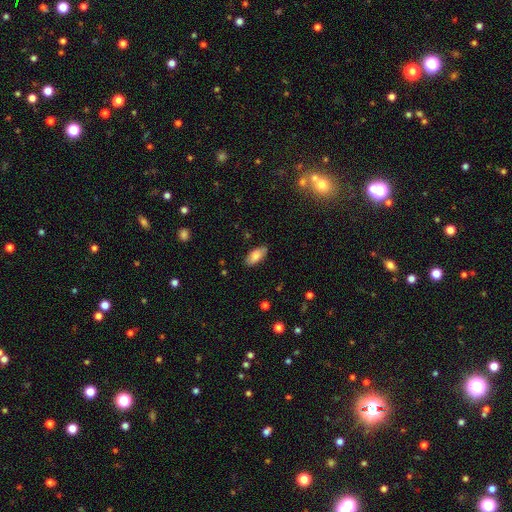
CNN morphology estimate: A smooth galaxy with no disk features (83%) that is in between round and cigar-shaped (89%).

Vote fractions:
- Smooth or featured? smooth: 83% / featured or disk: 10% / star or artifact: 7%
- How rounded? in between: 89% / cigar-shaped: 9% / round: 2%
- Merging? none: 83% / minor disturbance: 13% / major disturbance: 2% / merger: 1%